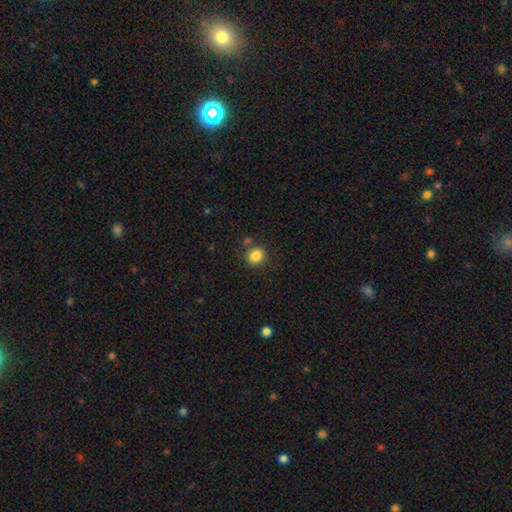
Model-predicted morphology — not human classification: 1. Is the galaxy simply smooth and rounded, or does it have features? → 85% smooth, 11% star or artifact, 4% featured or disk.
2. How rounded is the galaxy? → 84% round, 15% in between, 1% cigar-shaped.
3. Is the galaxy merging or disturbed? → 80% none, 9% minor disturbance, 7% merger, 3% major disturbance.